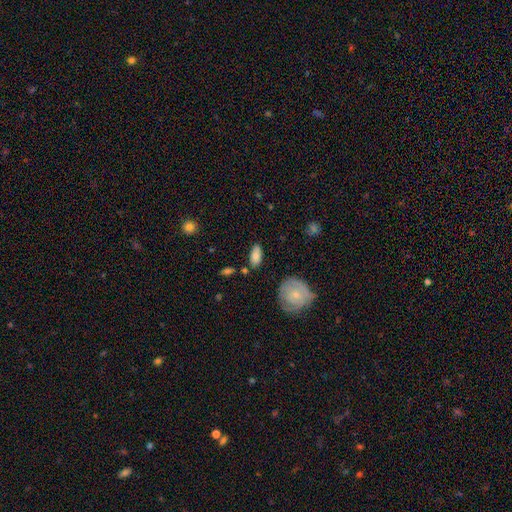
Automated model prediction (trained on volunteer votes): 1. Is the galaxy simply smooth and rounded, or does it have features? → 81% smooth, 12% featured or disk, 7% star or artifact.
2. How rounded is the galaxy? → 88% in between, 8% cigar-shaped, 4% round.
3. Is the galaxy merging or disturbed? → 75% none, 16% minor disturbance, 5% merger, 4% major disturbance.